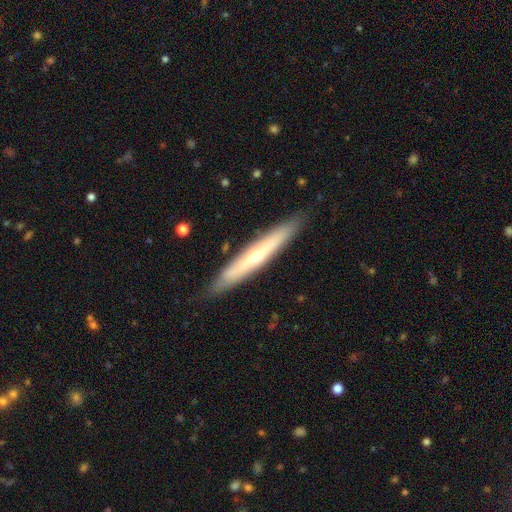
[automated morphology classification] Smooth or featured? featured or disk (52%)
Edge-on disk? yes (88%)
Merging? none (87%)